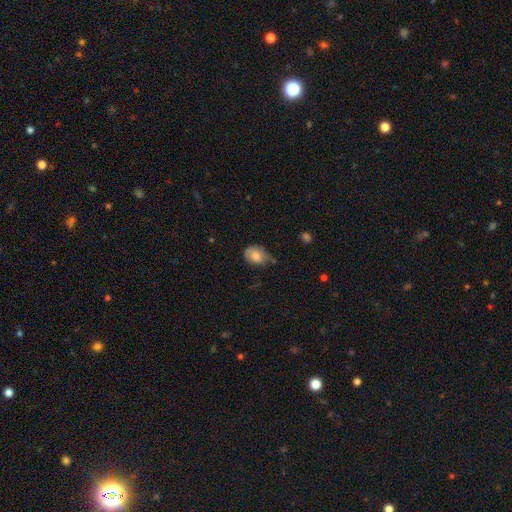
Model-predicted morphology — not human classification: smooth-or-featured: smooth: 75% | featured or disk: 17% | star or artifact: 8%
  how-rounded: in between: 66% | round: 33% | cigar-shaped: 1%
  merging: none: 45% | minor disturbance: 39% | major disturbance: 11% | merger: 4%